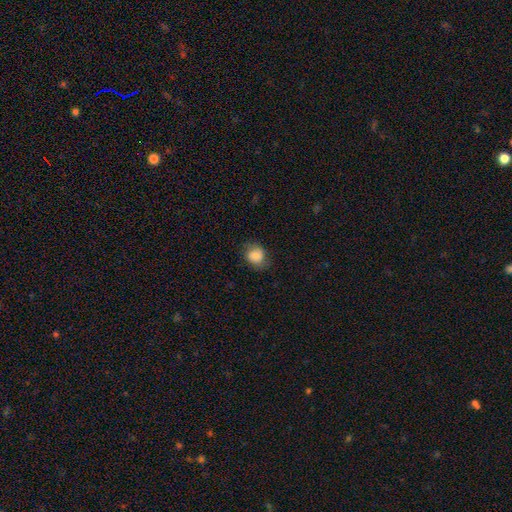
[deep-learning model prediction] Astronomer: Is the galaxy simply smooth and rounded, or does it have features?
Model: smooth — 79%.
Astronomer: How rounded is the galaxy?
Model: round — 62%.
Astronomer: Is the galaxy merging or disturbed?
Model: none — 68%.